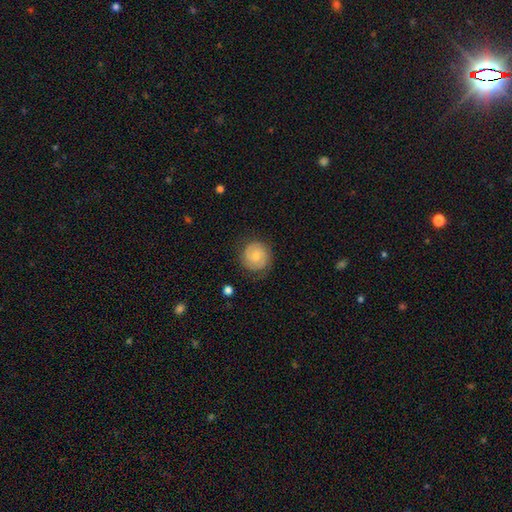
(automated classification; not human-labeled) Overall: smooth (46%, tied with featured or disk). Merging: none (79%).